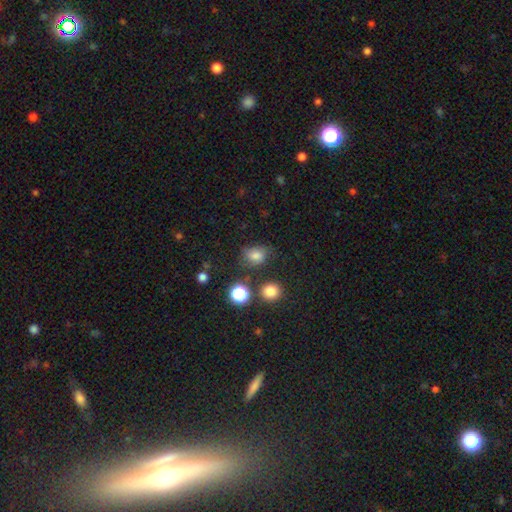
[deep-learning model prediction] Q: Smooth or featured?
A: smooth (76%); runner-up: star or artifact (16%)
Q: How rounded?
A: in between (54%); runner-up: round (45%)
Q: Merging?
A: none (64%); runner-up: minor disturbance (22%)